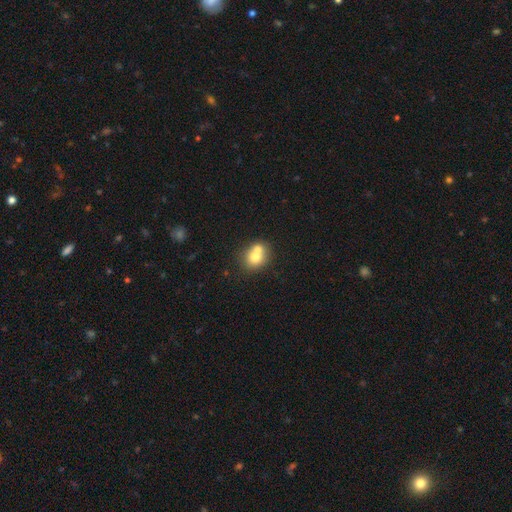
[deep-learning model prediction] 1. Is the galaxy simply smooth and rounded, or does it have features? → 70% smooth, 20% featured or disk, 10% star or artifact.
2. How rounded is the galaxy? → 71% round, 28% in between, 1% cigar-shaped.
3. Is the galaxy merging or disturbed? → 55% merger, 35% none, 8% minor disturbance, 3% major disturbance.